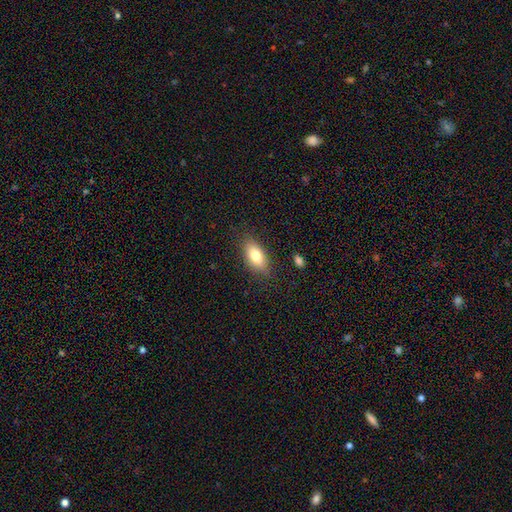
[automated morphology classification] smooth_or_featured: smooth (p=0.78) [alt: featured or disk p=0.15]
how_rounded: in between (p=0.87) [alt: cigar-shaped p=0.08]
merging: none (p=0.83) [alt: minor disturbance p=0.12]